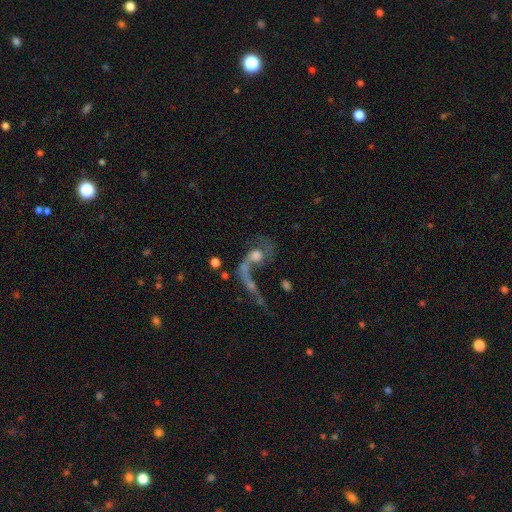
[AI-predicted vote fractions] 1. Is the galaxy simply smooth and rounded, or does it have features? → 63% featured or disk, 24% smooth, 13% star or artifact.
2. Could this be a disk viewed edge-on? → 94% no, 6% yes.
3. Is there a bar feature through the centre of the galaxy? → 72% no, 22% weak, 7% strong.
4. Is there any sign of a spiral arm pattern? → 66% yes, 34% no.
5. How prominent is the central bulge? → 42% moderate, 19% large, 19% small, 15% none, 4% dominant.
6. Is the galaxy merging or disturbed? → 38% merger, 32% major disturbance, 21% none, 9% minor disturbance.